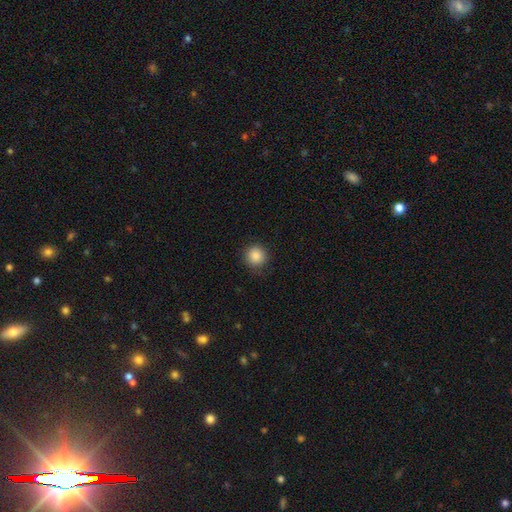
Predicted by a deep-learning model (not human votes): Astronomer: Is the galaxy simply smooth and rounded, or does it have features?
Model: smooth — 87%.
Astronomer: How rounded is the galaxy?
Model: round — 94%.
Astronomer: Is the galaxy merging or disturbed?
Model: none — 89%.